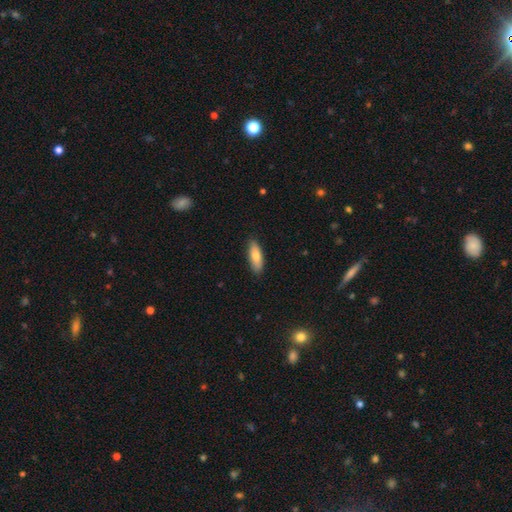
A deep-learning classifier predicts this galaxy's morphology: type=smooth (78%); roundness=in between (66%); merging=none (87%).